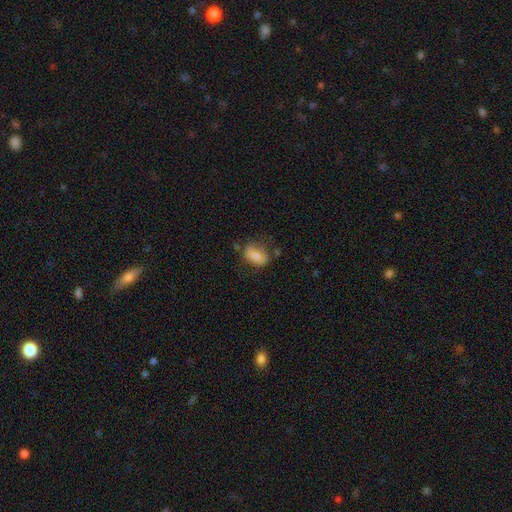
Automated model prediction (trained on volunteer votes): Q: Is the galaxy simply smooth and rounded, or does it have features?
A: smooth — 72%.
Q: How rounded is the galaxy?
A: in between — 82%.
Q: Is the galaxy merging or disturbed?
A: none — 60%.